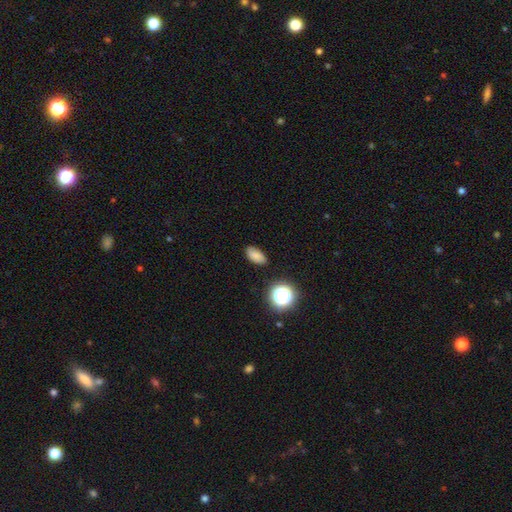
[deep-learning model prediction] The model was most divided on "smooth or featured": smooth: 79%, star or artifact: 14%, featured or disk: 8%. More confident: how rounded — in between (88%); merging — none (83%).